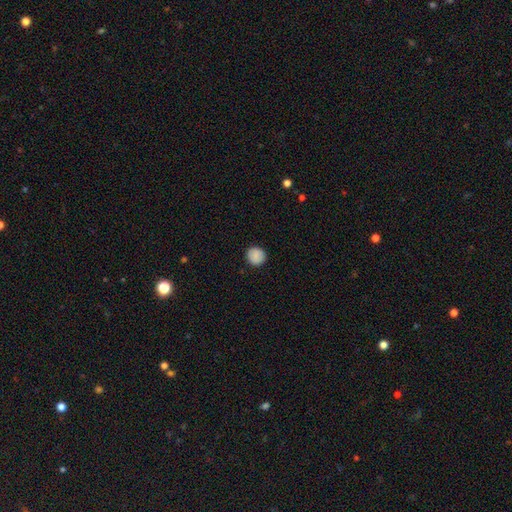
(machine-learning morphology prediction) Q: Smooth or featured?
A: smooth (87%); runner-up: star or artifact (8%)
Q: How rounded?
A: round (92%); runner-up: in between (7%)
Q: Merging?
A: none (91%); runner-up: minor disturbance (7%)